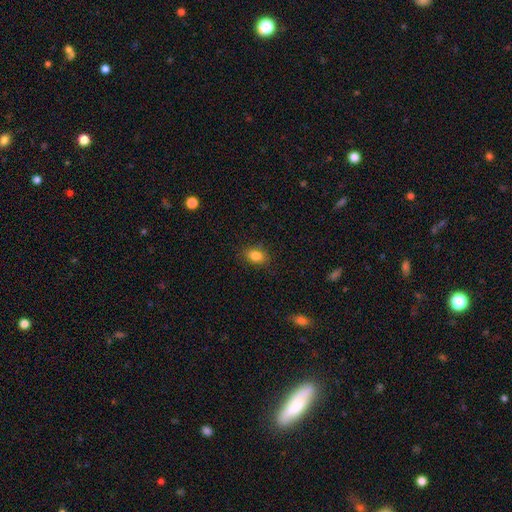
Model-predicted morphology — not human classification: The model was most divided on "how rounded": in between: 79%, round: 19%, cigar-shaped: 2%. More confident: smooth or featured — smooth (85%); merging — none (84%).